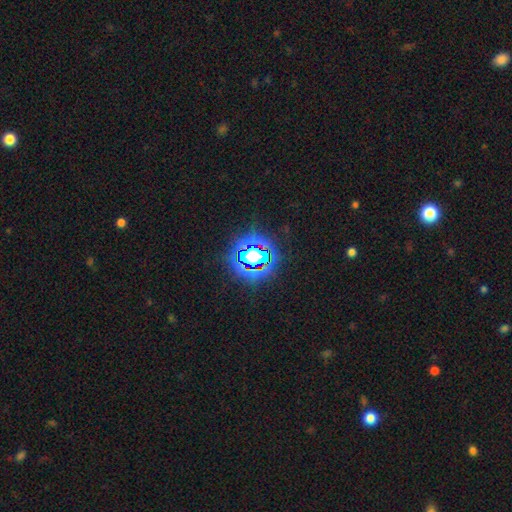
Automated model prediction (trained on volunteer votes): Overall: star or artifact (79%).